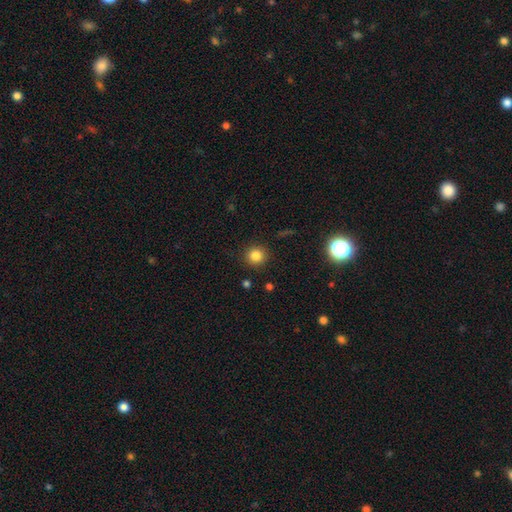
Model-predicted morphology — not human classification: Overall: smooth (83%). How rounded: round (92%). Merging: none (90%).